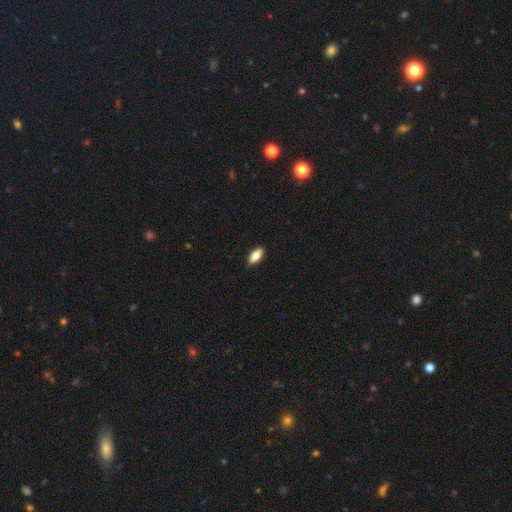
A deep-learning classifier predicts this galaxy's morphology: Smooth or featured?
  - smooth: 78% *
  - featured or disk: 15%
  - star or artifact: 7%
How rounded?
  - in between: 76% *
  - cigar-shaped: 22%
  - round: 2%
Merging?
  - none: 89% *
  - minor disturbance: 8%
  - major disturbance: 2%
  - merger: 1%